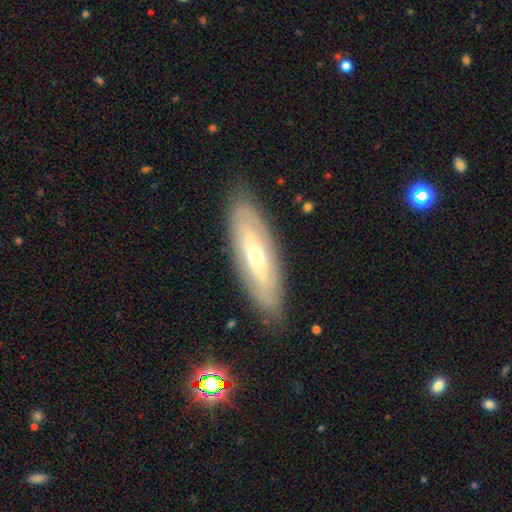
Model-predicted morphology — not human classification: Smooth or featured? featured or disk (66%)
Edge-on disk? no (71%)
Merging? none (85%)